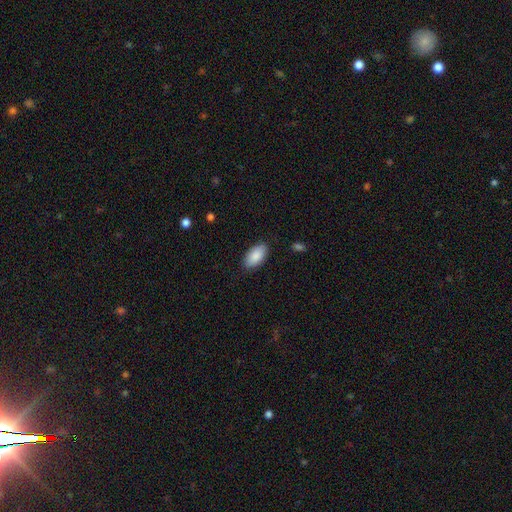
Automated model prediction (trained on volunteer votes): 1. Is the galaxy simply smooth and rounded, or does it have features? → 89% smooth, 6% star or artifact, 5% featured or disk.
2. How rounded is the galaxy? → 95% in between, 3% round, 3% cigar-shaped.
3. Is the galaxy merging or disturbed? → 87% none, 10% minor disturbance, 2% major disturbance, 1% merger.